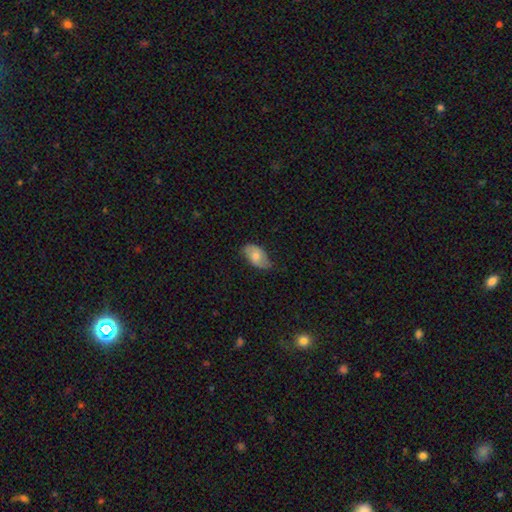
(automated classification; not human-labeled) smooth-or-featured: smooth: 61% | featured or disk: 33% | star or artifact: 7%
  how-rounded: in between: 93% | round: 5% | cigar-shaped: 2%
  merging: none: 68% | minor disturbance: 26% | major disturbance: 5% | merger: 1%